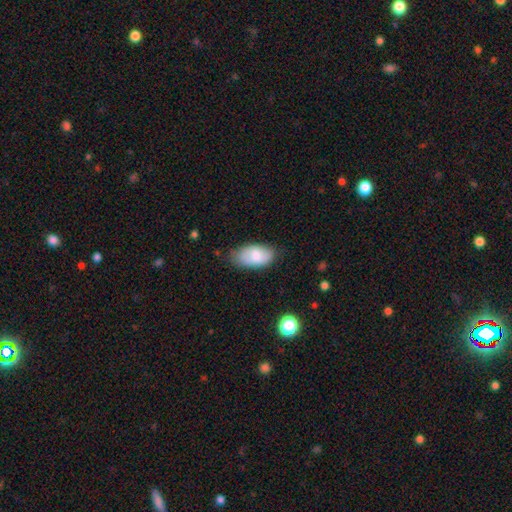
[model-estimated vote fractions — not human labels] Q: Smooth or featured?
A: smooth (77%); runner-up: featured or disk (16%)
Q: How rounded?
A: in between (94%); runner-up: round (4%)
Q: Merging?
A: none (66%); runner-up: minor disturbance (27%)